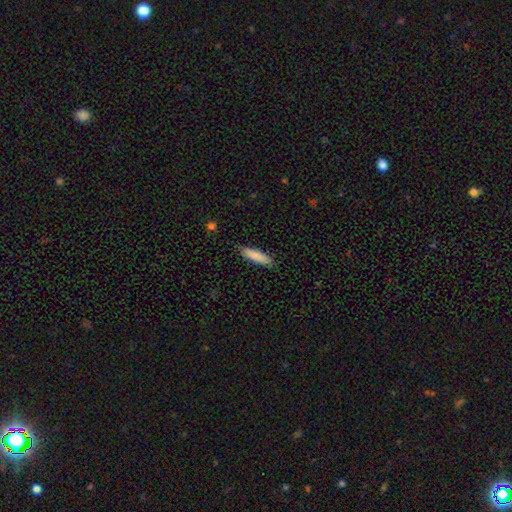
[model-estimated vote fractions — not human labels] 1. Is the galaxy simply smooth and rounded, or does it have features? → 86% smooth, 8% featured or disk, 6% star or artifact.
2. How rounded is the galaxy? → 69% cigar-shaped, 30% in between, 1% round.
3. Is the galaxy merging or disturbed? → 84% none, 13% minor disturbance, 2% major disturbance, 1% merger.